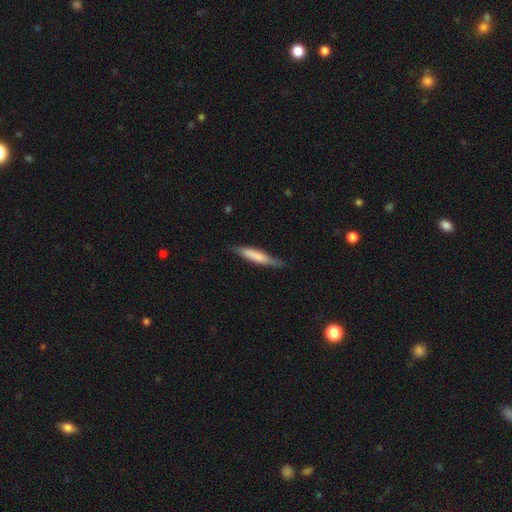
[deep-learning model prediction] Smooth or featured: smooth — 70% (featured or disk — 25%)
How rounded: cigar-shaped — 87% (in between — 11%)
Merging: none — 74% (minor disturbance — 21%)